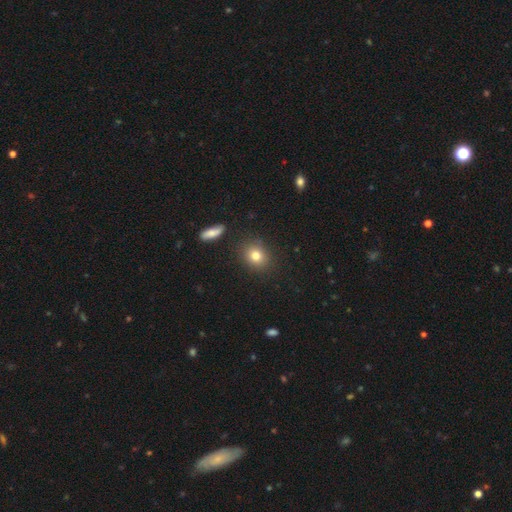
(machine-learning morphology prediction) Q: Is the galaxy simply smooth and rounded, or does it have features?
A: smooth — 80%.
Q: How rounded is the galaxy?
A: round — 69%.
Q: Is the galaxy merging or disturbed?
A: none — 87%.